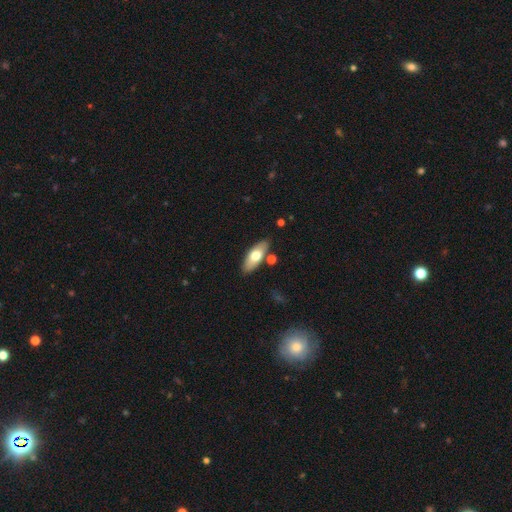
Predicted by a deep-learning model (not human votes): Smooth or featured? Predicted: smooth (p=0.66). How rounded? Predicted: in between (p=0.78). Merging? Predicted: none (p=0.81).